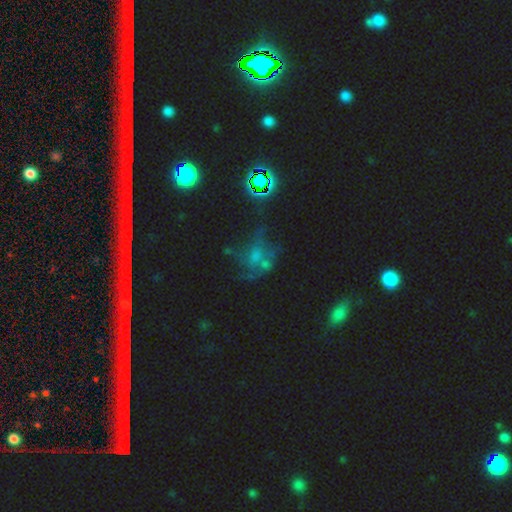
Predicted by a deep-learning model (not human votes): This appears to be a featured or disk galaxy (39%). Merging: none (40%).